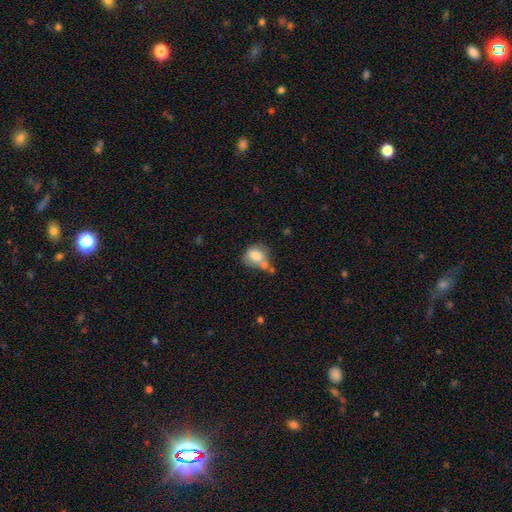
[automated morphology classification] smooth 75%, featured or disk 17%, star or artifact 9%. Down the decision tree: how rounded — round (64%); merging — none (37%).